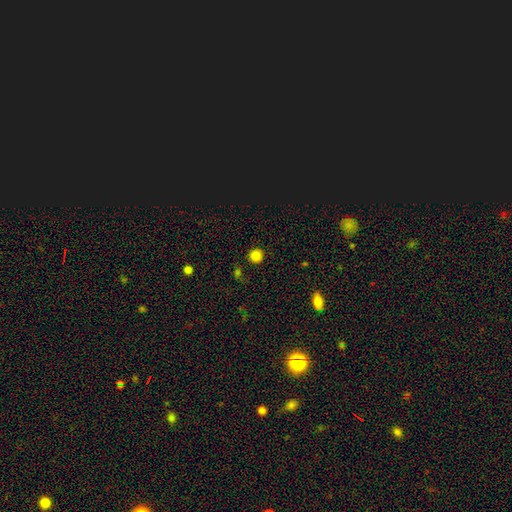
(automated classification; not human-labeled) smooth-or-featured: smooth: 82% | star or artifact: 15% | featured or disk: 3%
  how-rounded: round: 94% | in between: 5% | cigar-shaped: 1%
  merging: none: 89% | minor disturbance: 7% | major disturbance: 2% | merger: 2%